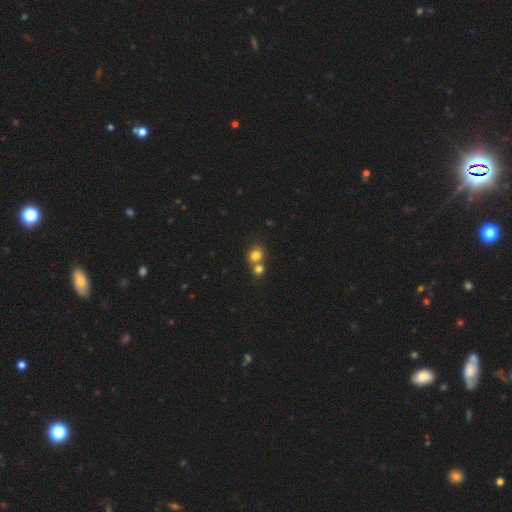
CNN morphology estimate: Overall: smooth (80%). How rounded: round (77%). Merging: none (46%; merger 45%).